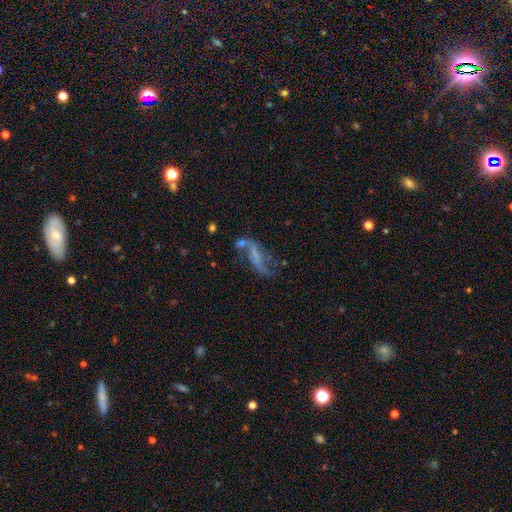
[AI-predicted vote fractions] Smooth or featured? Predicted: featured or disk (p=0.59). Edge-on disk? Predicted: no (p=0.84). Merging? Predicted: none (p=0.37).